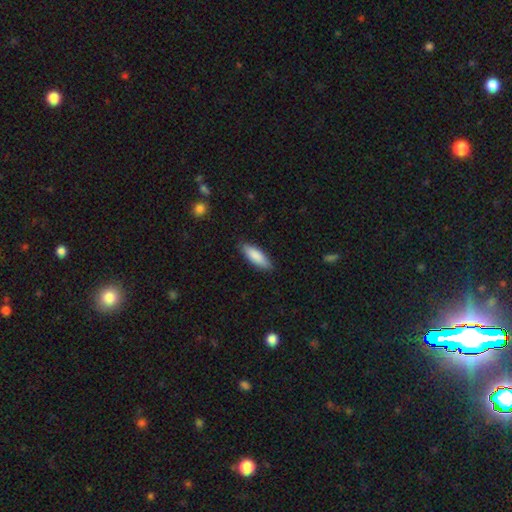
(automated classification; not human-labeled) Q: Smooth or featured?
A: smooth (86%); runner-up: featured or disk (8%)
Q: How rounded?
A: in between (57%); runner-up: cigar-shaped (41%)
Q: Merging?
A: none (86%); runner-up: minor disturbance (11%)